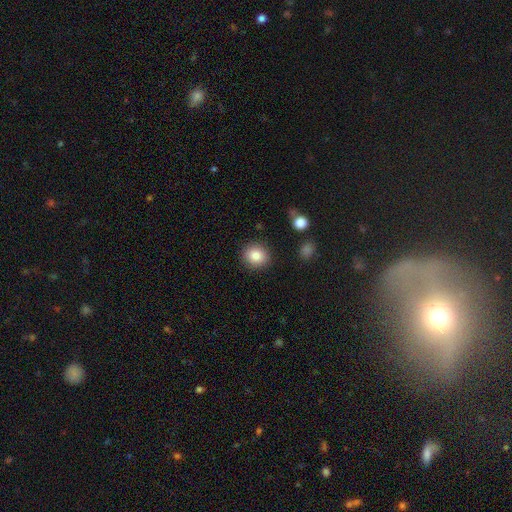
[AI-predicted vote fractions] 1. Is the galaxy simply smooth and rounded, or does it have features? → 84% smooth, 9% star or artifact, 7% featured or disk.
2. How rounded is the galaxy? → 82% round, 17% in between, 1% cigar-shaped.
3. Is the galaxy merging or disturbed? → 88% none, 8% minor disturbance, 3% major disturbance, 2% merger.